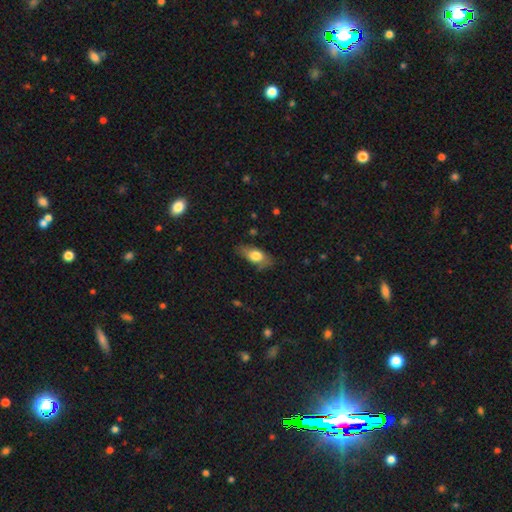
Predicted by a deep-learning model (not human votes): smooth-or-featured: smooth: 71% | featured or disk: 22% | star or artifact: 7%
  how-rounded: in between: 82% | cigar-shaped: 13% | round: 5%
  merging: none: 72% | minor disturbance: 21% | major disturbance: 6% | merger: 1%